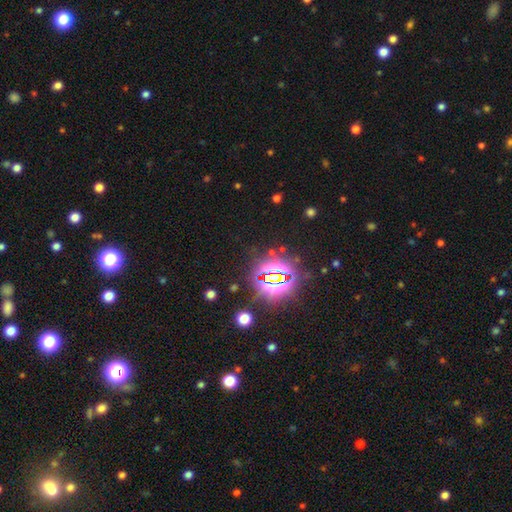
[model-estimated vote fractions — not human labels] Morphology: type=star or artifact (83%).